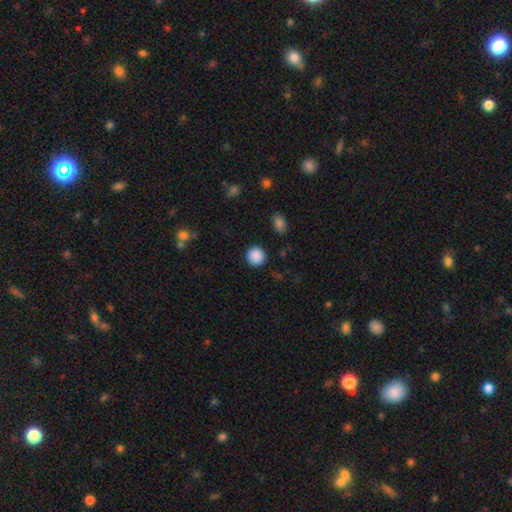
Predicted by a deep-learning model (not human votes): Overall: smooth (89%). How rounded: round (94%). Merging: none (90%).